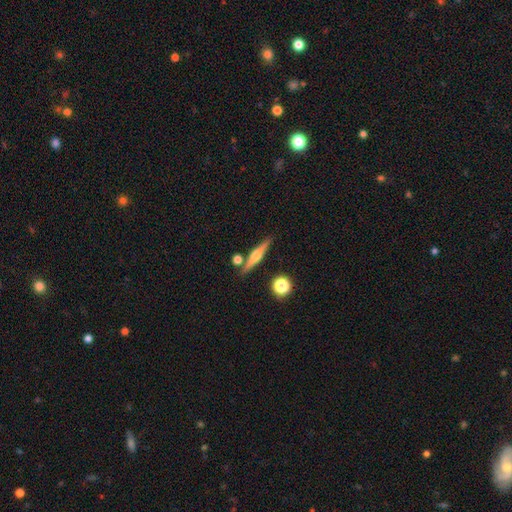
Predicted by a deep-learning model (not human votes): Smooth or featured?
  - featured or disk: 64% *
  - smooth: 29%
  - star or artifact: 7%
Edge-on disk?
  - yes: 97% *
  - no: 3%
Edge-on bulge?
  - rounded: 89% *
  - boxy: 6%
  - none: 5%
Merging?
  - none: 82% *
  - minor disturbance: 8%
  - merger: 7%
  - major disturbance: 2%